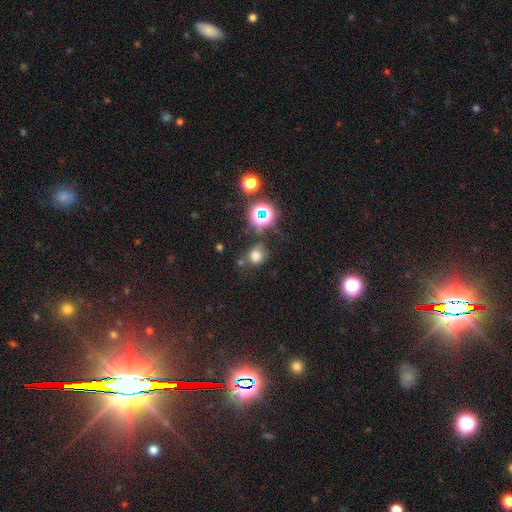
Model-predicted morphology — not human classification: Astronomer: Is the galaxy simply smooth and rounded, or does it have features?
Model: smooth — 65%.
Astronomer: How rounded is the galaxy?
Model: round — 72%.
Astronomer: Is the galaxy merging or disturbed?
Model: none — 65%.